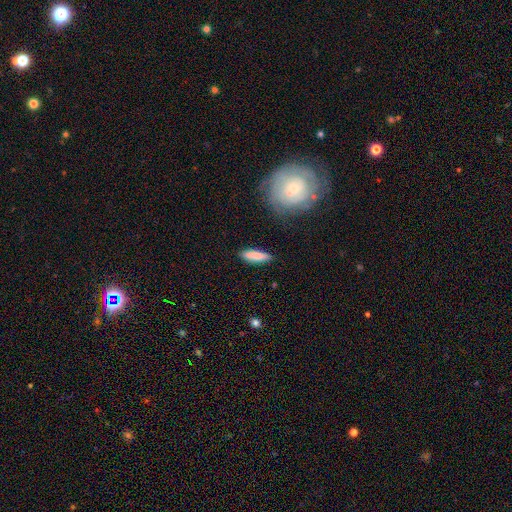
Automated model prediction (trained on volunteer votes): This is clearly a smooth galaxy (82%). How rounded: likely cigar-shaped (65%). Merging: clearly none (86%).